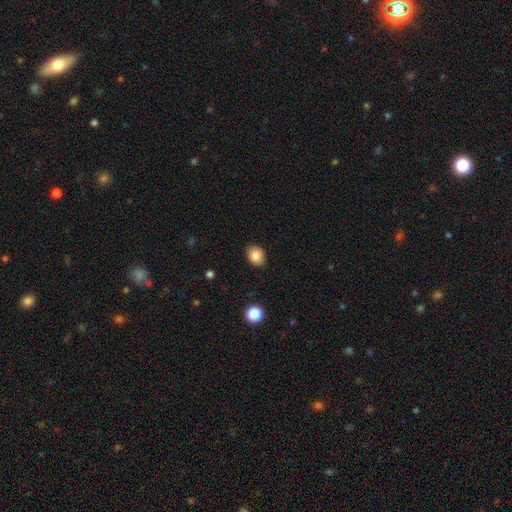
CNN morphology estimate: Smooth or featured? smooth (85%)
How rounded? in between (52%)
Merging? none (86%)